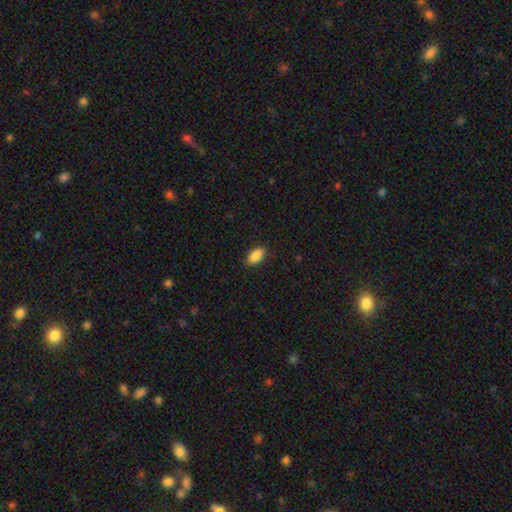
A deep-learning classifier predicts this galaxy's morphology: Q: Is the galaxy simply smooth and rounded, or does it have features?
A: smooth — 89%.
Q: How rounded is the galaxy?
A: in between — 93%.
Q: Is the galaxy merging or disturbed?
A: none — 88%.